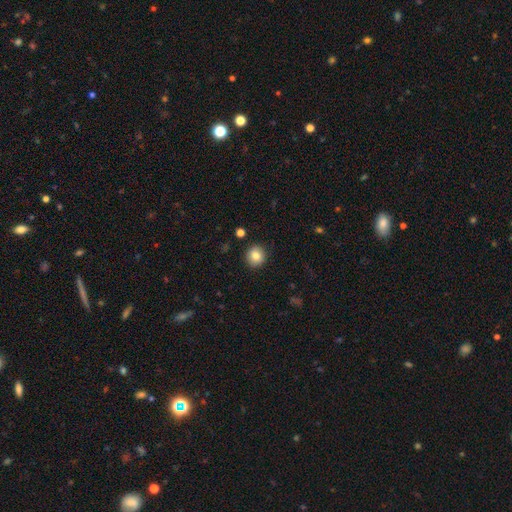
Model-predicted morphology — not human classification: This appears to be a smooth galaxy with no disk features (84%) that is round (90%). Merging: none (91%).